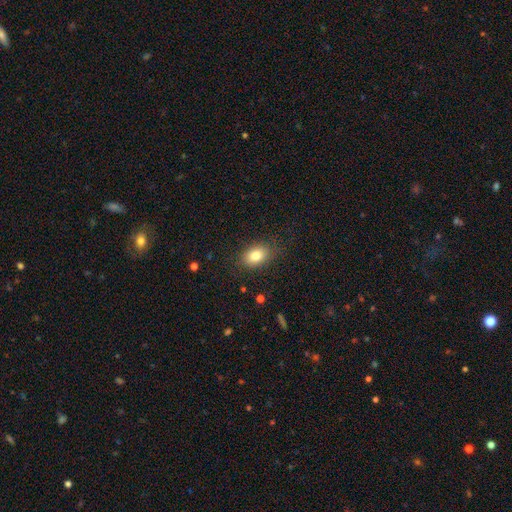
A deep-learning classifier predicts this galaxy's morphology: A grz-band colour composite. It shows a smooth galaxy with no disk features (81%) that is in between round and cigar-shaped (78%). Merging: none (82%).